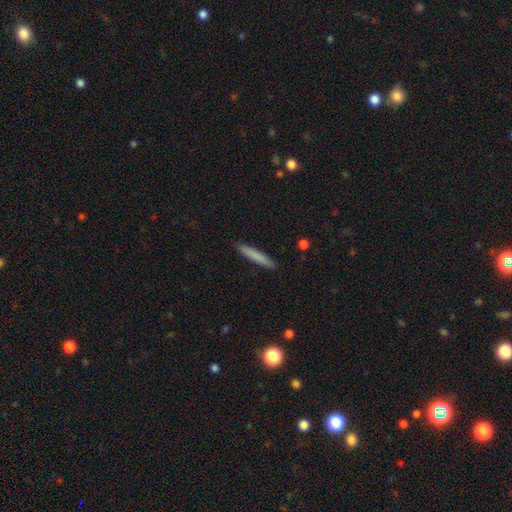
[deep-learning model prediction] A smooth galaxy with no disk features (79%) that is cigar-shaped (95%).

Vote fractions:
- Smooth or featured? smooth: 79% / featured or disk: 15% / star or artifact: 6%
- How rounded? cigar-shaped: 95% / in between: 4% / round: 1%
- Merging? none: 91% / minor disturbance: 7% / major disturbance: 1% / merger: 1%